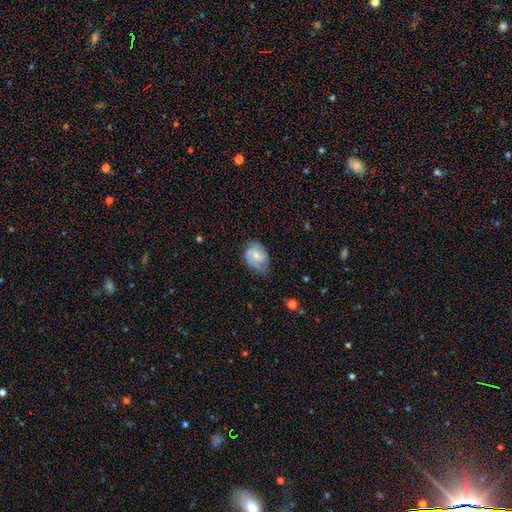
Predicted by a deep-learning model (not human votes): Smooth or featured? Predicted: featured or disk (p=0.47). Merging? Predicted: none (p=0.55).